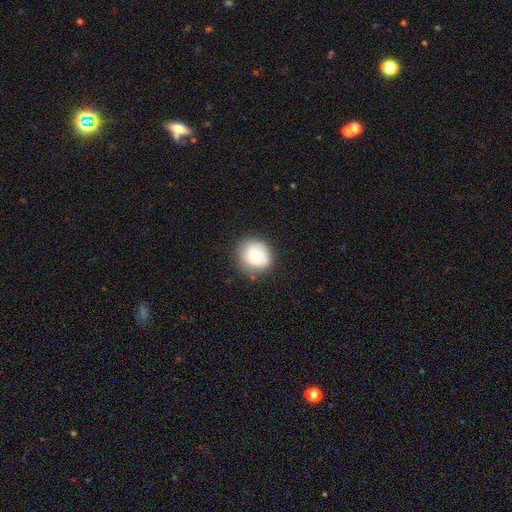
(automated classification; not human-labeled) smooth_or_featured: smooth (p=0.71) [alt: featured or disk p=0.21]
how_rounded: round (p=0.84) [alt: in between p=0.15]
merging: none (p=0.74) [alt: minor disturbance p=0.18]